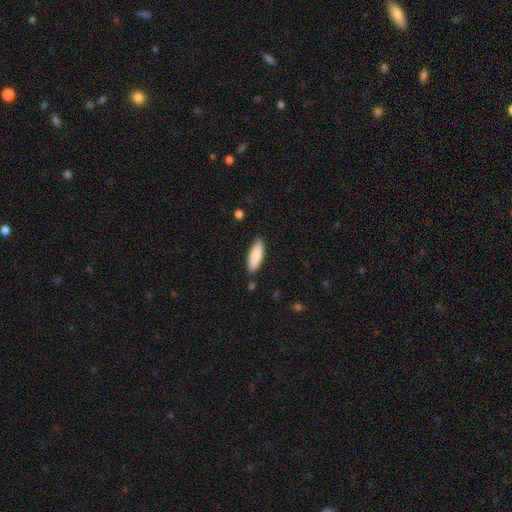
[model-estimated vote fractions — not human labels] Smooth or featured: smooth — 85% (featured or disk — 10%)
How rounded: in between — 53% (cigar-shaped — 45%)
Merging: none — 85% (minor disturbance — 11%)